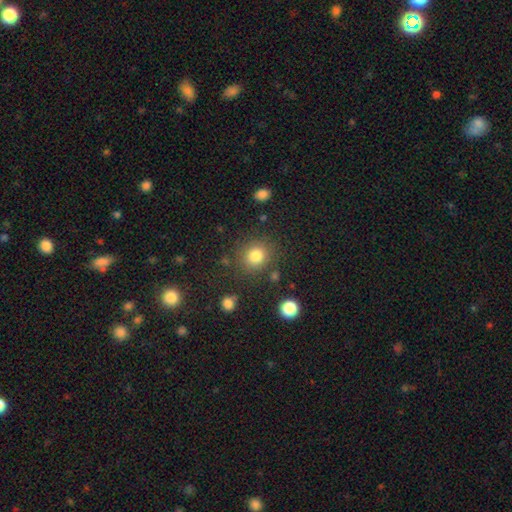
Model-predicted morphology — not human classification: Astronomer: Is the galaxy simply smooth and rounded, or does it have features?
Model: smooth — 81%.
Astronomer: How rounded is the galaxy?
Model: round — 82%.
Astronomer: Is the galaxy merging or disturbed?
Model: none — 82%.